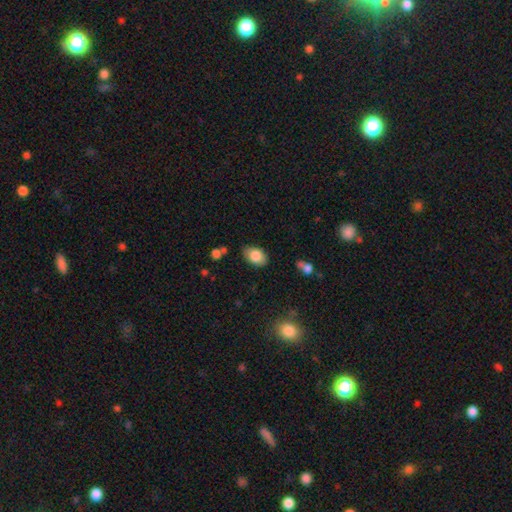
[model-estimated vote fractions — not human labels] smooth 82%, featured or disk 11%, star or artifact 7%. Down the decision tree: how rounded — in between (88%); merging — none (80%).